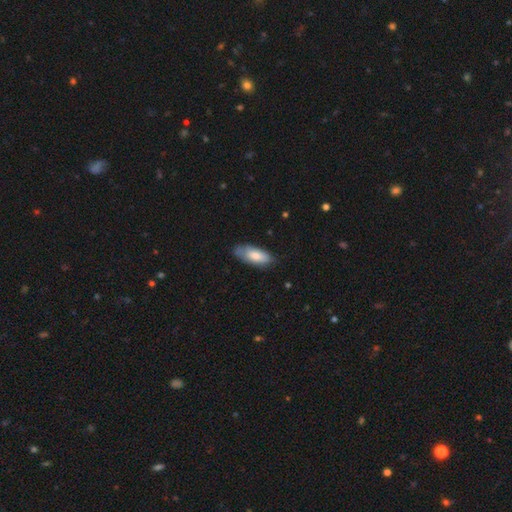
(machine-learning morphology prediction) Smooth or featured? Predicted: smooth (p=0.75). How rounded? Predicted: in between (p=0.82). Merging? Predicted: none (p=0.64).